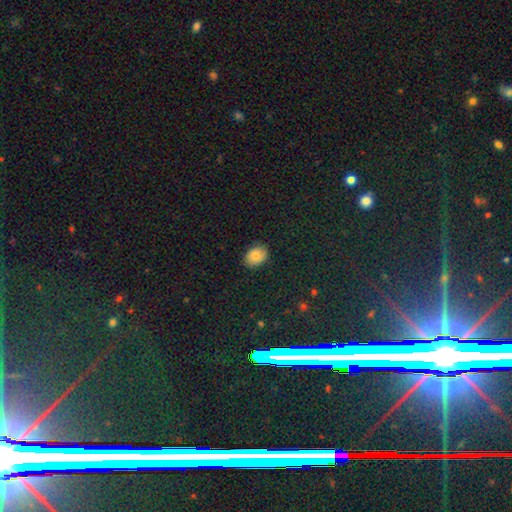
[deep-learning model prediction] Overall: smooth (78%). How rounded: in between (71%). Merging: none (84%).